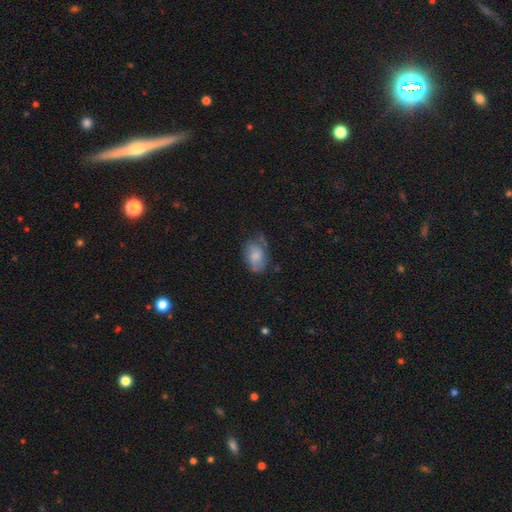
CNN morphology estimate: Overall: smooth (76%). How rounded: in between (85%). Merging: none (52%; minor disturbance 32%).